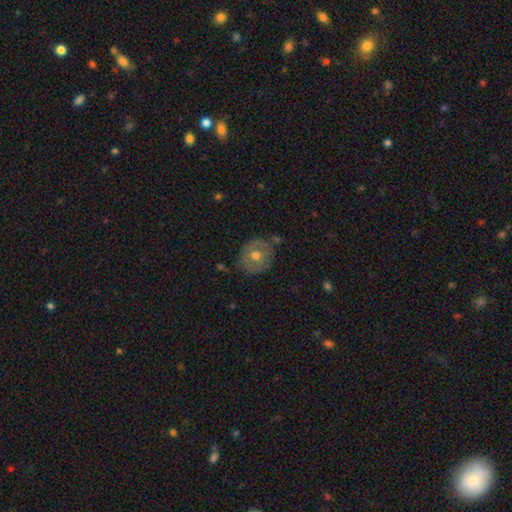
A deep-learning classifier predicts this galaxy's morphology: This is possibly a smooth galaxy (51%). How rounded: likely round (79%). Merging: likely none (75%).